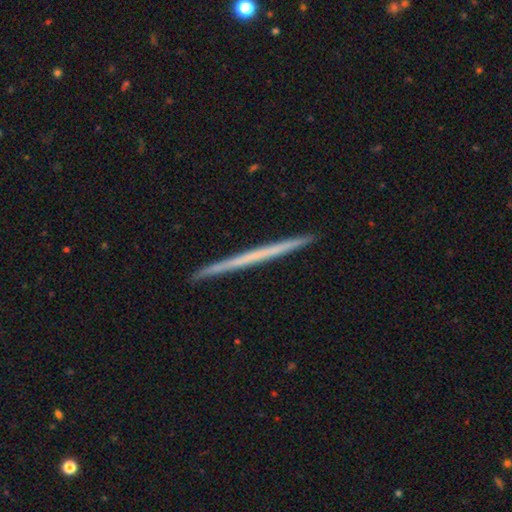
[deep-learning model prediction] Morphology: type=featured or disk (56%); edge-on=yes (98%); edge-on bulge=none (94%); merging=none (93%).